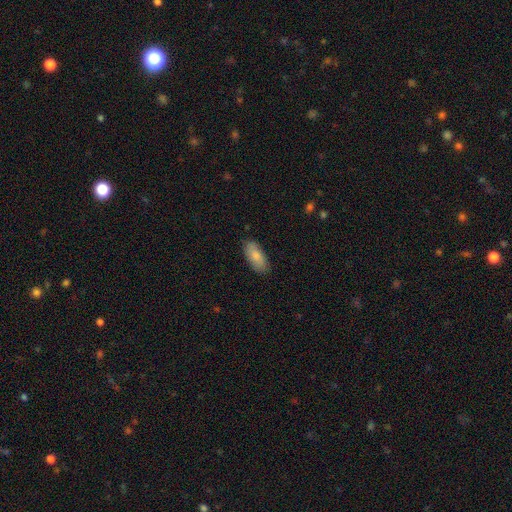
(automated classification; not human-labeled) Smooth or featured?
  - smooth: 83% *
  - featured or disk: 11%
  - star or artifact: 6%
How rounded?
  - in between: 87% *
  - cigar-shaped: 11%
  - round: 2%
Merging?
  - none: 84% *
  - minor disturbance: 12%
  - major disturbance: 2%
  - merger: 1%